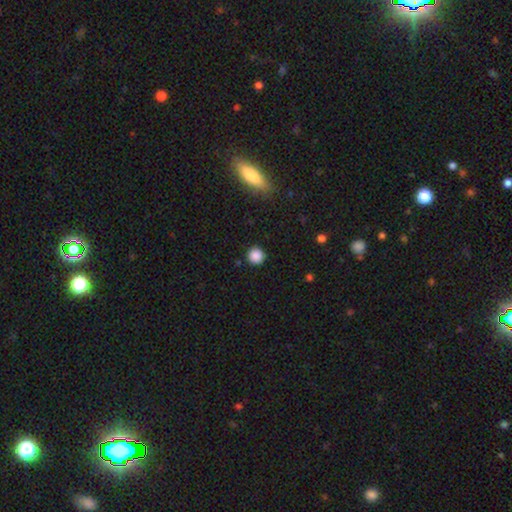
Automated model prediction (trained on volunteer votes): Smooth or featured?
  - smooth: 86% *
  - star or artifact: 11%
  - featured or disk: 3%
How rounded?
  - round: 95% *
  - in between: 4%
  - cigar-shaped: 1%
Merging?
  - none: 91% *
  - minor disturbance: 6%
  - major disturbance: 2%
  - merger: 1%